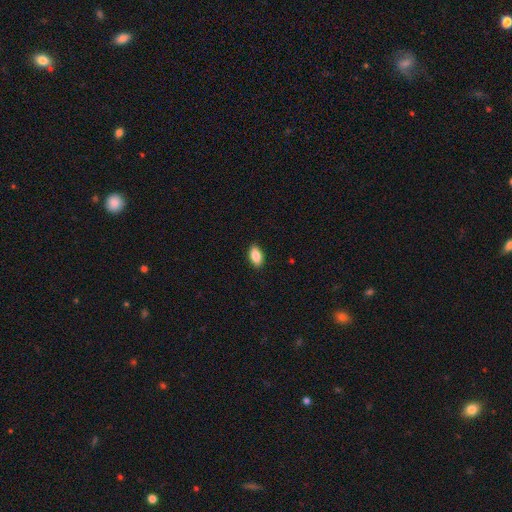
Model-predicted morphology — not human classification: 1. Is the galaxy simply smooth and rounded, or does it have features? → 86% smooth, 7% star or artifact, 7% featured or disk.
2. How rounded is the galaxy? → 90% in between, 6% cigar-shaped, 4% round.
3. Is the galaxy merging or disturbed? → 89% none, 9% minor disturbance, 2% major disturbance, 1% merger.